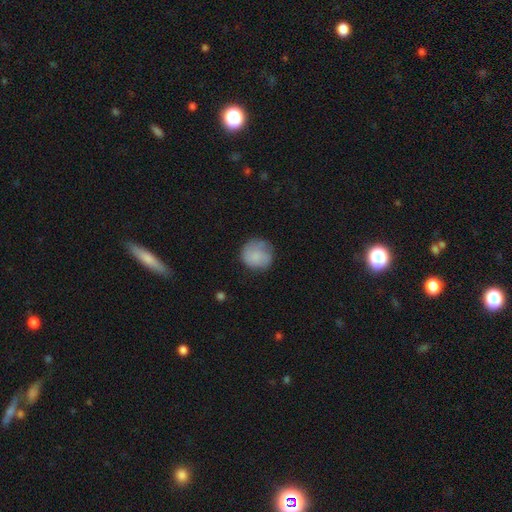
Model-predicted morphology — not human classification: Smooth or featured: smooth — 75% (featured or disk — 17%)
How rounded: round — 91% (in between — 8%)
Merging: none — 64% (minor disturbance — 25%)